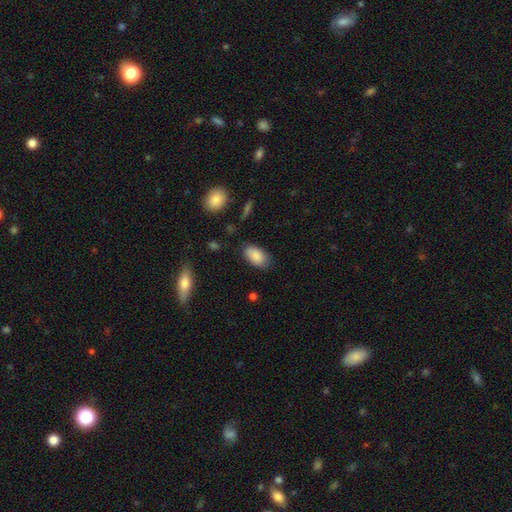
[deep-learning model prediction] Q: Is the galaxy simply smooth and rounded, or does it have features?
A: smooth — 86%.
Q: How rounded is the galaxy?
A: in between — 94%.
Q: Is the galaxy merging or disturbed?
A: none — 76%.